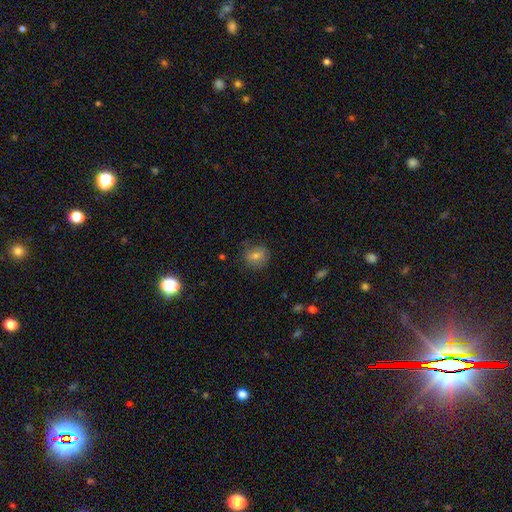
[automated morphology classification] Smooth or featured? smooth (73%)
How rounded? round (78%)
Merging? none (78%)